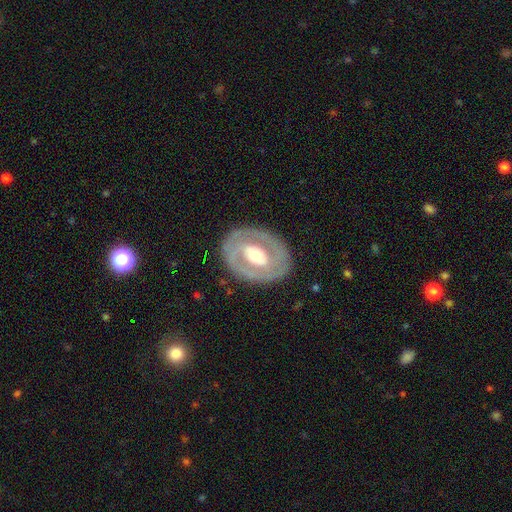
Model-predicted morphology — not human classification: A featured or disk galaxy (72%) with no bar (36%), no spiral arms (59%) and a moderate central bulge (66%). Merging: none (82%).